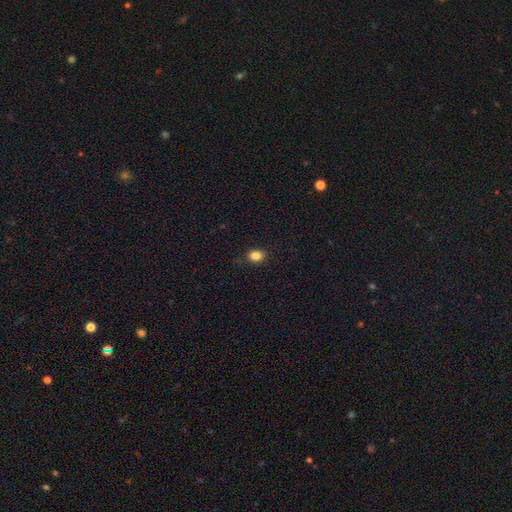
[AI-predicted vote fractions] Smooth or featured: smooth — 84% (star or artifact — 11%)
How rounded: in between — 57% (round — 42%)
Merging: none — 86% (minor disturbance — 10%)